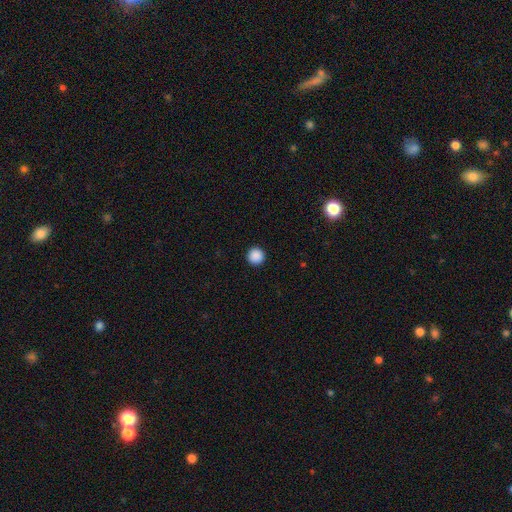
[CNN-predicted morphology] A smooth galaxy with no disk features (89%) that is round (97%). Merging: none (94%).